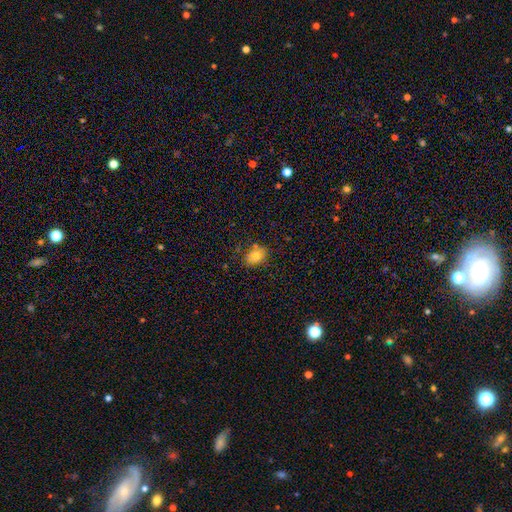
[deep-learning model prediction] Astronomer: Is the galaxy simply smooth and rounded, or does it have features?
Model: smooth — 80%.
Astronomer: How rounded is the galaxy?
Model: in between — 67%.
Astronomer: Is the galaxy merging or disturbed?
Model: none — 75%.